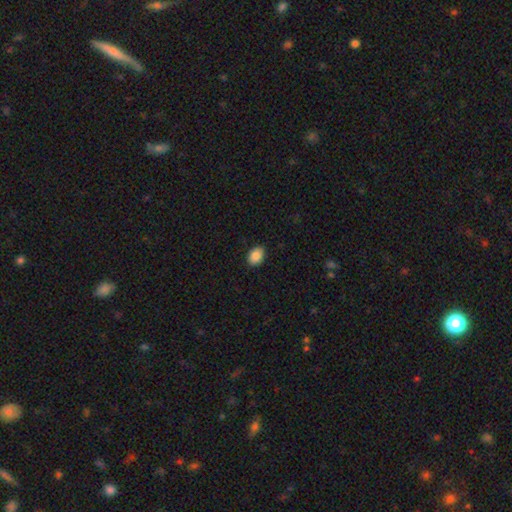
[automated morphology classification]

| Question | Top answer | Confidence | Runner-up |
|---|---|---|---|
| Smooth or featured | smooth | 88% | star or artifact (8%) |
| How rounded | in between | 77% | round (22%) |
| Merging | none | 89% | minor disturbance (8%) |